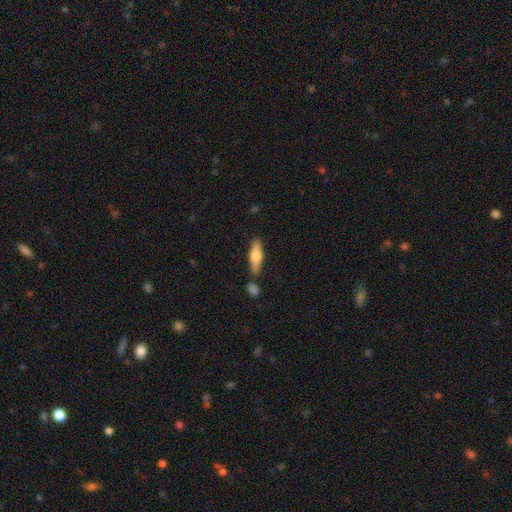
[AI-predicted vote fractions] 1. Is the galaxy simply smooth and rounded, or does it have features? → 55% smooth, 40% featured or disk, 6% star or artifact.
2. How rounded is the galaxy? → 59% cigar-shaped, 38% in between, 3% round.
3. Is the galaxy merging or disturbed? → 78% none, 12% minor disturbance, 8% merger, 3% major disturbance.